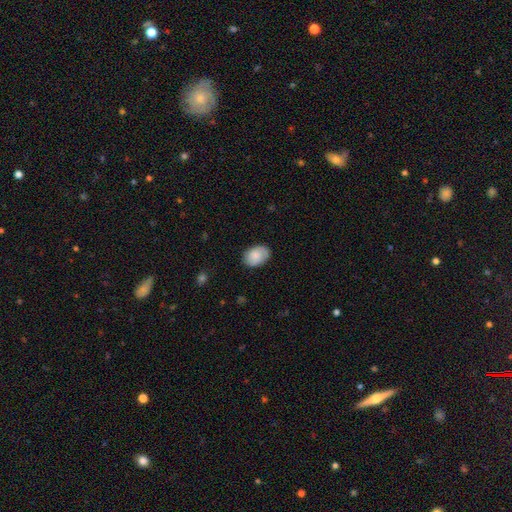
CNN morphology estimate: Smooth or featured? smooth (80%)
How rounded? in between (83%)
Merging? none (80%)